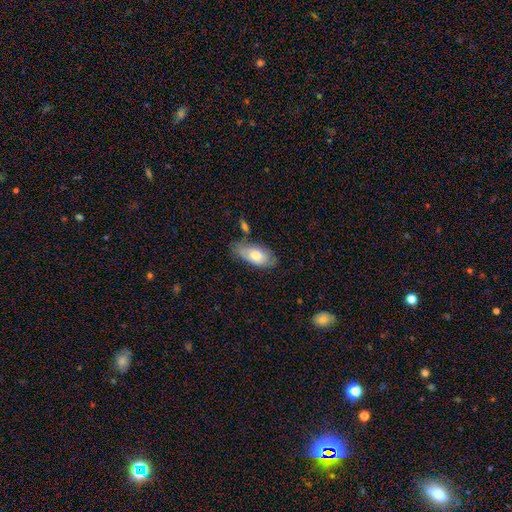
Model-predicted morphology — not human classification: A smooth galaxy with no disk features (72%) that is in between round and cigar-shaped (89%).

Vote fractions:
- Smooth or featured? smooth: 72% / featured or disk: 22% / star or artifact: 6%
- How rounded? in between: 89% / cigar-shaped: 8% / round: 3%
- Merging? none: 64% / minor disturbance: 24% / merger: 6% / major disturbance: 6%